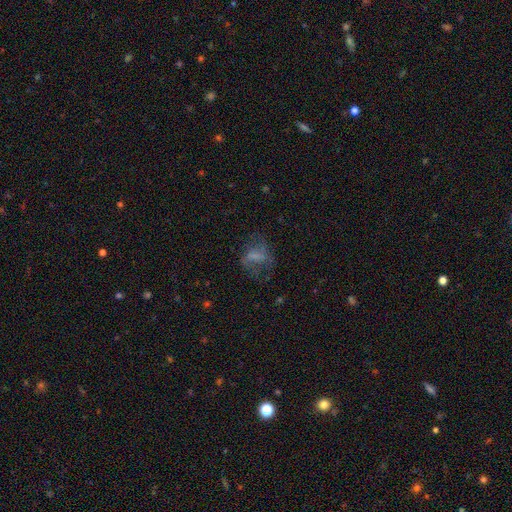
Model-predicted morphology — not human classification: This is marginally a smooth galaxy (43%). Merging: marginally none (44%).